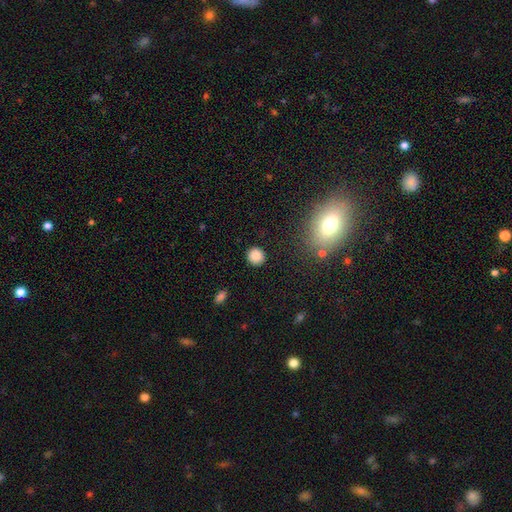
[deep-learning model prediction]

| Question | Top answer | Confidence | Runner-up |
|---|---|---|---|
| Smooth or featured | smooth | 85% | star or artifact (11%) |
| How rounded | round | 90% | in between (9%) |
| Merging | none | 90% | minor disturbance (6%) |